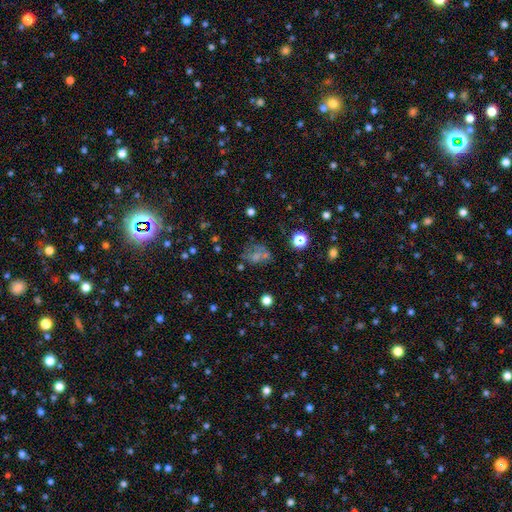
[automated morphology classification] A smooth galaxy with no disk features (40%).

Vote fractions:
- Smooth or featured? smooth: 40% / star or artifact: 38% / featured or disk: 21%
- Merging? none: 49% / minor disturbance: 19% / major disturbance: 17% / merger: 15%